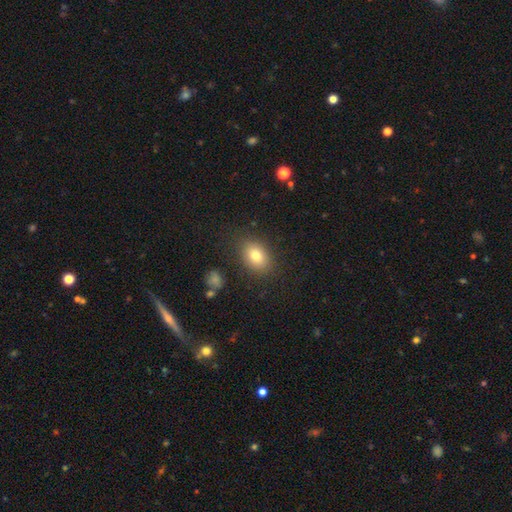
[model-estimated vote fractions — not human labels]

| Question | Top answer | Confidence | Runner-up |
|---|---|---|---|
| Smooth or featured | smooth | 80% | star or artifact (10%) |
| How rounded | in between | 77% | round (22%) |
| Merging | none | 85% | minor disturbance (10%) |